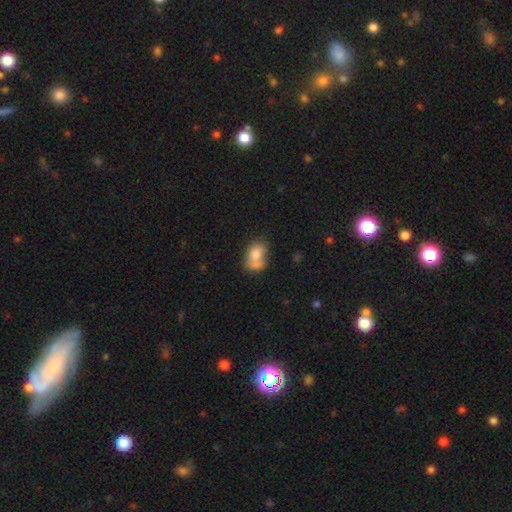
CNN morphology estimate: Q: Smooth or featured?
A: smooth (75%); runner-up: featured or disk (17%)
Q: How rounded?
A: in between (75%); runner-up: round (24%)
Q: Merging?
A: merger (40%); runner-up: none (32%)